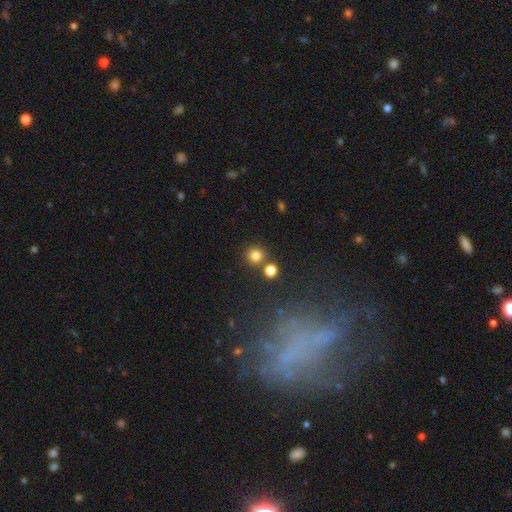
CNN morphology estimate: Smooth or featured?
  - smooth: 80% *
  - star or artifact: 14%
  - featured or disk: 6%
How rounded?
  - round: 92% *
  - in between: 7%
  - cigar-shaped: 1%
Merging?
  - none: 76% *
  - merger: 14%
  - minor disturbance: 7%
  - major disturbance: 3%